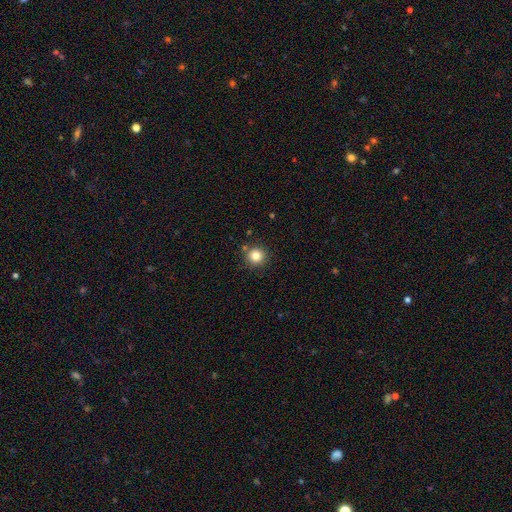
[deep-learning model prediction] smooth_or_featured: smooth (p=0.82) [alt: star or artifact p=0.12]
how_rounded: round (p=0.94) [alt: in between p=0.05]
merging: none (p=0.86) [alt: minor disturbance p=0.08]